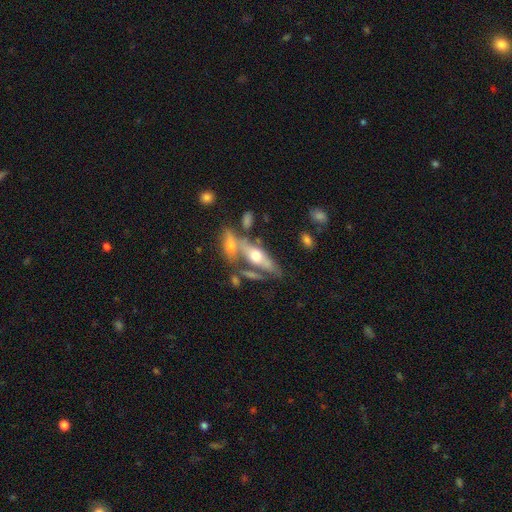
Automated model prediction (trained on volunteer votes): Smooth or featured? featured or disk (53%)
Edge-on disk? yes (74%)
Merging? none (48%)